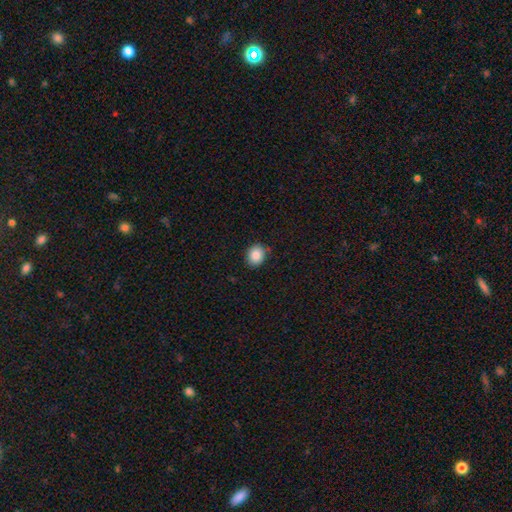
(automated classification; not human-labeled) This appears to be a smooth galaxy with no disk features (87%) that is round (66%). Merging: none (86%).